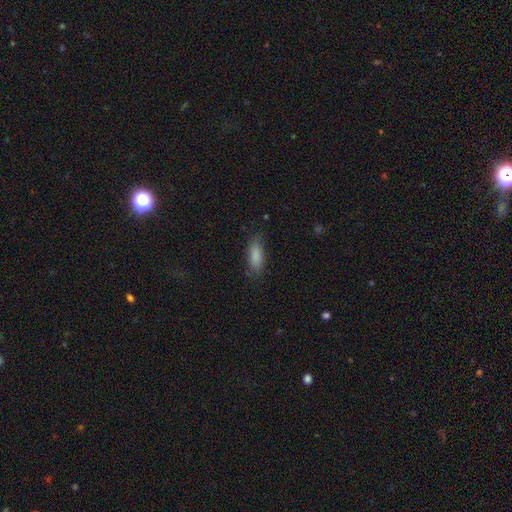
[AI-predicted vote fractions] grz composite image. It shows a smooth galaxy with no disk features (86%) that is in between round and cigar-shaped (75%). Merging: none (78%).